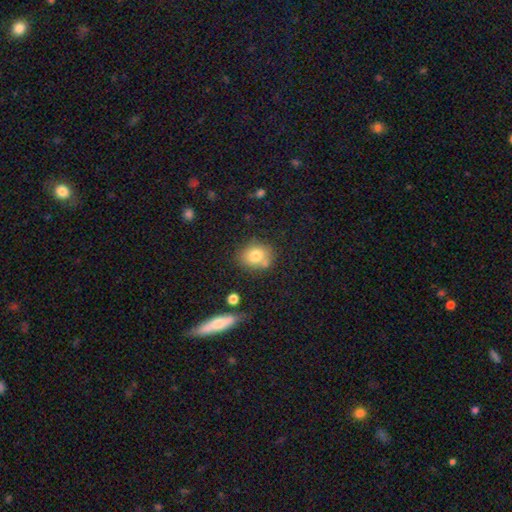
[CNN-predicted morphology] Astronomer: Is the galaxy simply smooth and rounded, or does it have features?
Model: smooth — 77%.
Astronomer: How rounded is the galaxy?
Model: round — 60% (runner-up: in between, 38%).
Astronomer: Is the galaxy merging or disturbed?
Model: none — 66%.